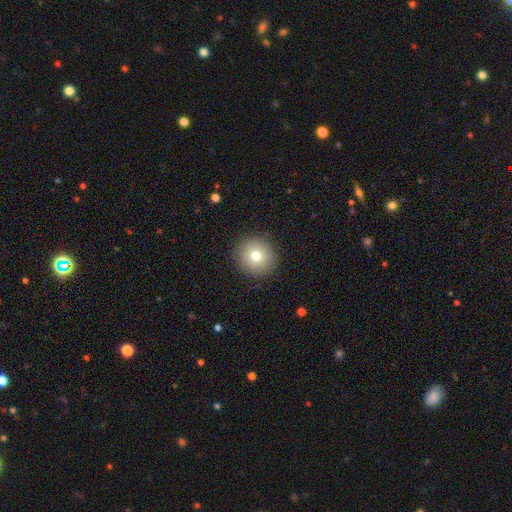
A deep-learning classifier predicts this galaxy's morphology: smooth 75%, featured or disk 13%, star or artifact 12%. Down the decision tree: how rounded — round (95%); merging — none (90%).